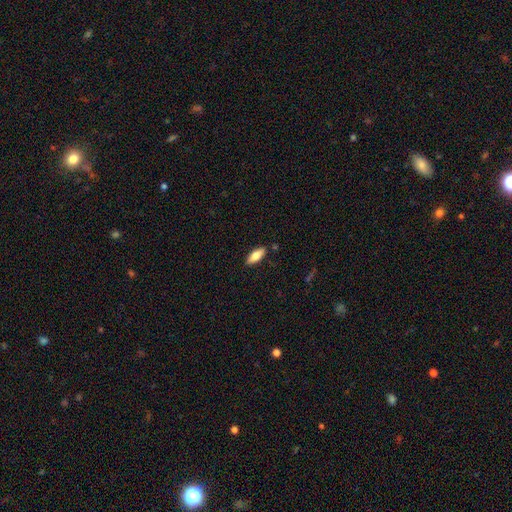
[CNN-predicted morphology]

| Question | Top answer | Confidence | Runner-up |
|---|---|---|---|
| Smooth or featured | smooth | 75% | featured or disk (19%) |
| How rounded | in between | 72% | cigar-shaped (26%) |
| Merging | none | 87% | minor disturbance (9%) |